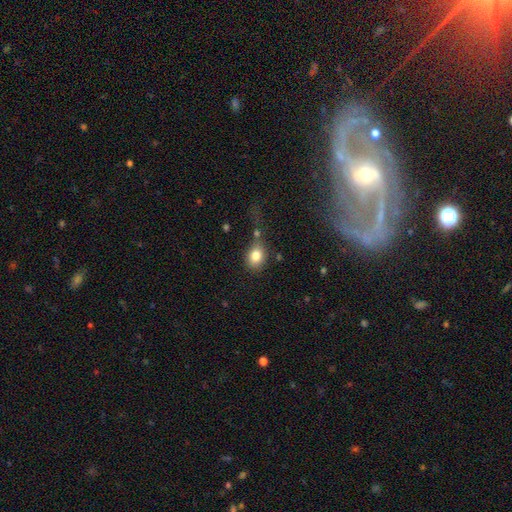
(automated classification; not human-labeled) Smooth or featured?
  - smooth: 82% *
  - star or artifact: 9%
  - featured or disk: 9%
How rounded?
  - in between: 58% *
  - round: 41%
  - cigar-shaped: 1%
Merging?
  - none: 59% *
  - minor disturbance: 20%
  - merger: 11%
  - major disturbance: 10%